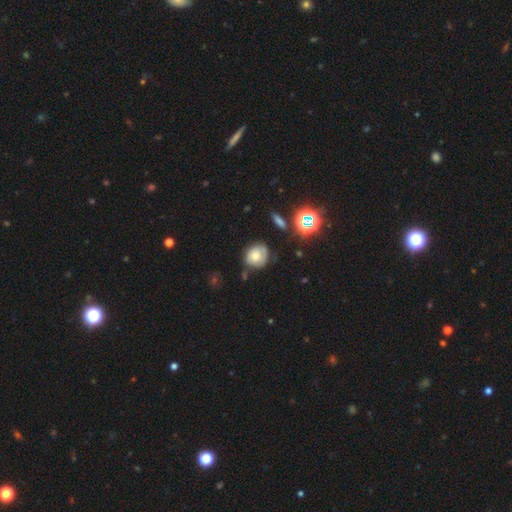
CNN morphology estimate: Smooth or featured? Predicted: smooth (p=0.64). How rounded? Predicted: round (p=0.74). Merging? Predicted: none (p=0.62).